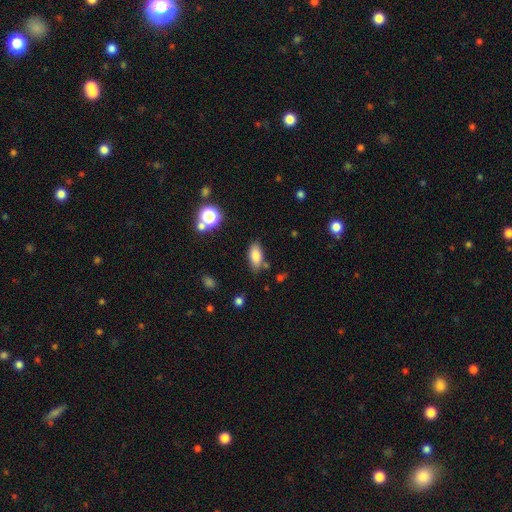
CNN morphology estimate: The model was most divided on "merging": none: 77%, minor disturbance: 15%, merger: 5%, major disturbance: 4%. More confident: how rounded — in between (87%); smooth or featured — smooth (83%).